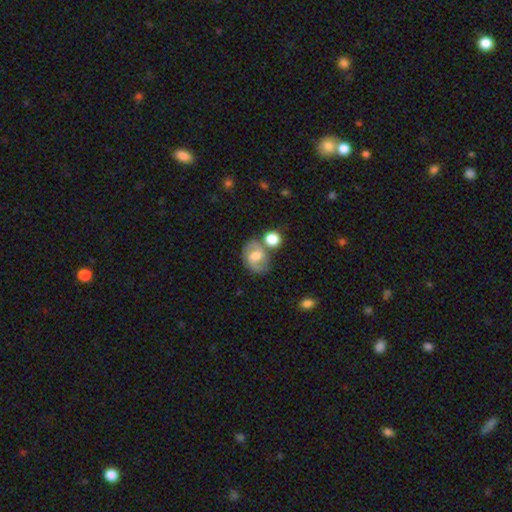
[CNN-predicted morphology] Smooth or featured?
  - featured or disk: 55% *
  - smooth: 36%
  - star or artifact: 9%
Edge-on disk?
  - no: 97% *
  - yes: 3%
Bar?
  - weak: 49% *
  - no: 34%
  - strong: 17%
Spiral arms?
  - yes: 78% *
  - no: 22%
Bulge size?
  - moderate: 42% *
  - large: 28%
  - small: 17%
  - none: 9%
  - dominant: 3%
Merging?
  - none: 56% *
  - minor disturbance: 18%
  - merger: 18%
  - major disturbance: 8%